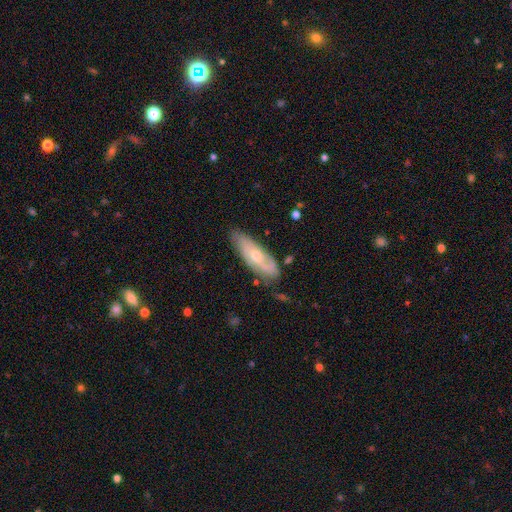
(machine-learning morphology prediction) Q: Smooth or featured?
A: featured or disk (60%); runner-up: smooth (33%)
Q: Edge-on disk?
A: no (75%); runner-up: yes (25%)
Q: Merging?
A: none (71%); runner-up: minor disturbance (22%)